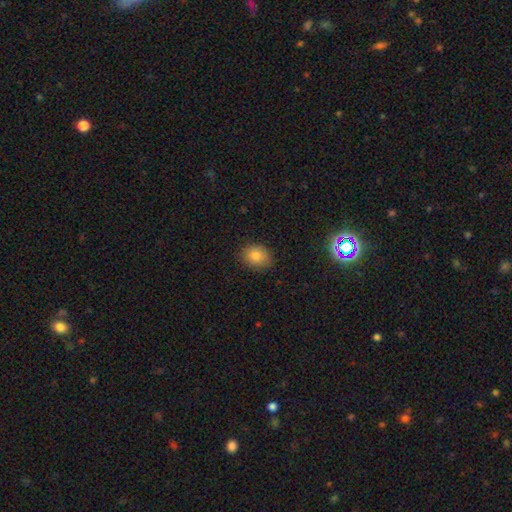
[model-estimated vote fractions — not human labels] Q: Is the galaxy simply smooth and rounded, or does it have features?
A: smooth — 82%.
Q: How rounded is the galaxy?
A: round — 50%.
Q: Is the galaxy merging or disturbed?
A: none — 83%.